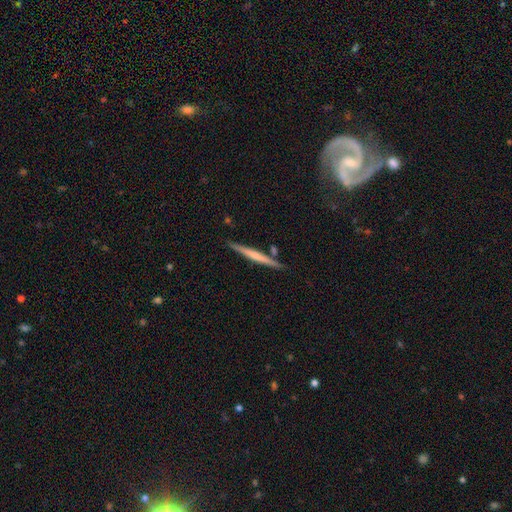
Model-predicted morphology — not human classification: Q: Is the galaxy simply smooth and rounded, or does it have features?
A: featured or disk — 52%.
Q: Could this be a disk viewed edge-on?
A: yes — 97%.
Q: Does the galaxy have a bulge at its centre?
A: none — 61%.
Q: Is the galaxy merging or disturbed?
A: none — 84%.